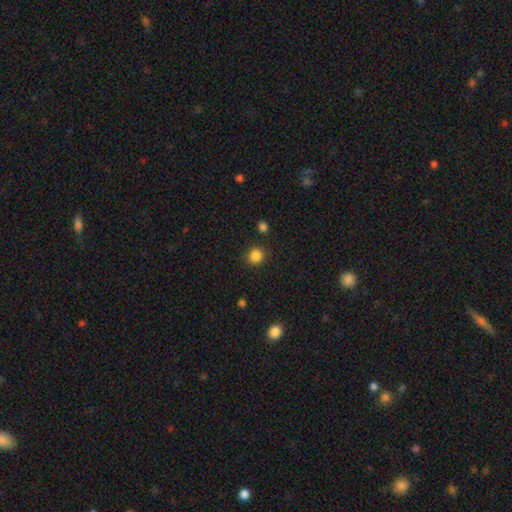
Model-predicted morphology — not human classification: Smooth or featured?
  - smooth: 85% *
  - star or artifact: 12%
  - featured or disk: 3%
How rounded?
  - round: 90% *
  - in between: 9%
  - cigar-shaped: 1%
Merging?
  - none: 87% *
  - minor disturbance: 7%
  - merger: 3%
  - major disturbance: 3%